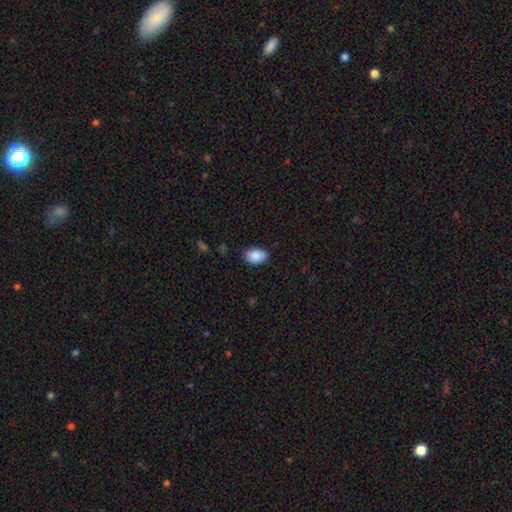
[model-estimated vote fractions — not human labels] A smooth galaxy with no disk features (88%) that is in between round and cigar-shaped (87%).

Vote fractions:
- Smooth or featured? smooth: 88% / star or artifact: 7% / featured or disk: 6%
- How rounded? in between: 87% / round: 12% / cigar-shaped: 1%
- Merging? none: 81% / minor disturbance: 15% / major disturbance: 2% / merger: 1%